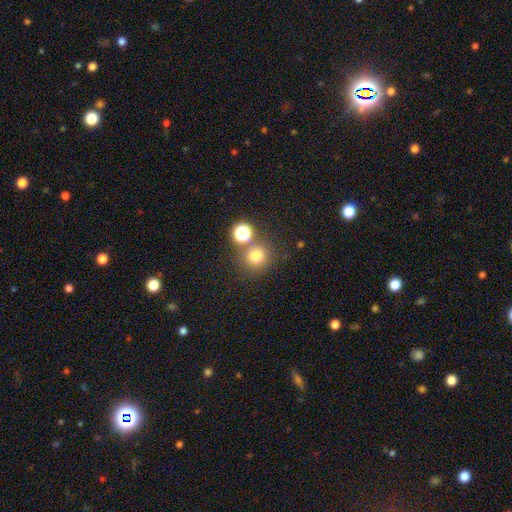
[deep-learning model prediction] smooth 74%, star or artifact 19%, featured or disk 7%. Down the decision tree: how rounded — round (91%); merging — none (72%).